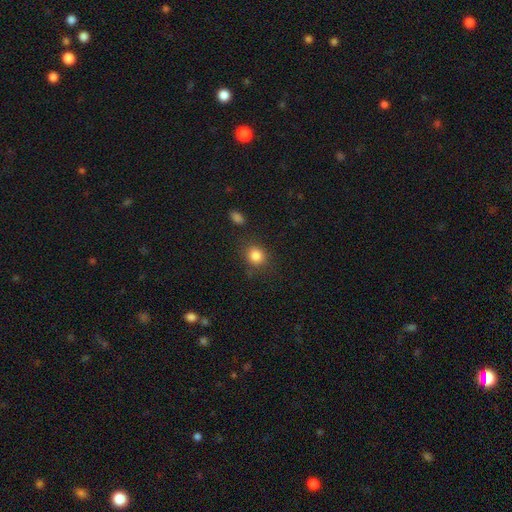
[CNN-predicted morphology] Smooth or featured?
  - smooth: 84% *
  - star or artifact: 10%
  - featured or disk: 5%
How rounded?
  - round: 73% *
  - in between: 26%
  - cigar-shaped: 1%
Merging?
  - none: 80% *
  - minor disturbance: 12%
  - major disturbance: 4%
  - merger: 4%